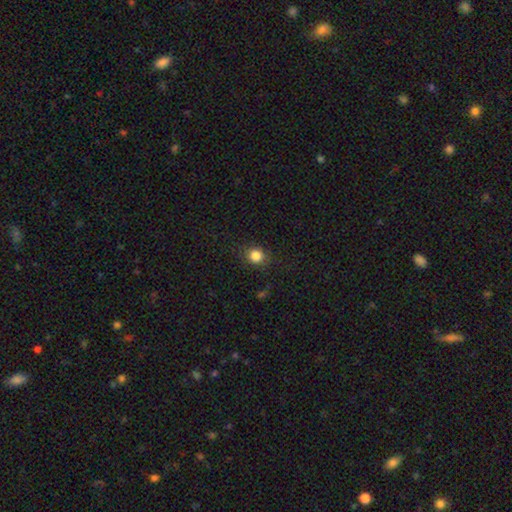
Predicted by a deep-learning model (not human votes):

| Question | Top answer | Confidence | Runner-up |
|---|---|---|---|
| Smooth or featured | smooth | 83% | star or artifact (11%) |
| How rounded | round | 81% | in between (18%) |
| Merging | none | 86% | minor disturbance (10%) |